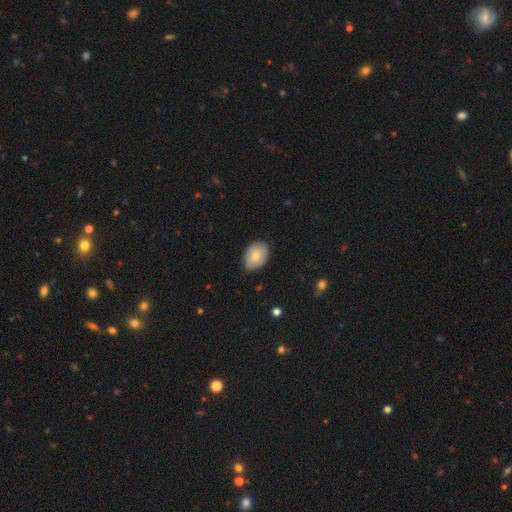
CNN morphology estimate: This appears to be a smooth galaxy with no disk features (75%) that is in between round and cigar-shaped (81%). Merging: none (83%).